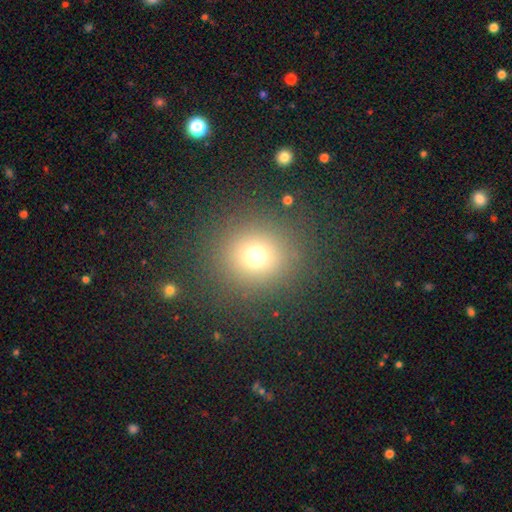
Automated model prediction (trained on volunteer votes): smooth_or_featured: smooth (p=0.71) [alt: star or artifact p=0.20]
how_rounded: round (p=0.91) [alt: in between p=0.08]
merging: none (p=0.87) [alt: minor disturbance p=0.07]